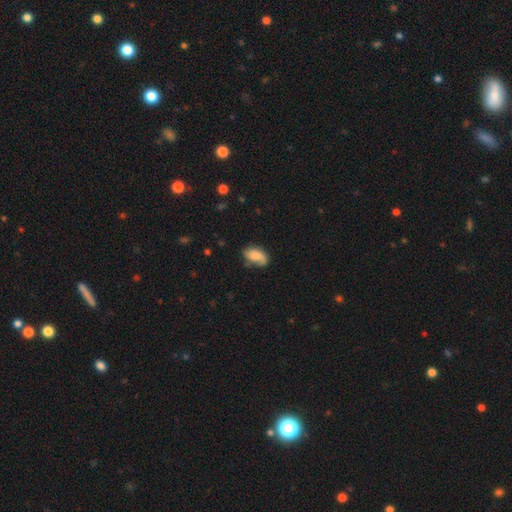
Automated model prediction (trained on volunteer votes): This appears to be a smooth galaxy with no disk features (71%) that is in between round and cigar-shaped (91%). Merging: none (53%).